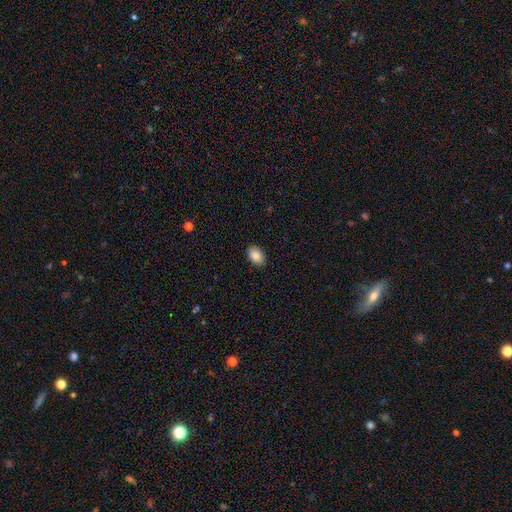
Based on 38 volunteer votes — Volunteers were most divided on "smooth or featured": smooth: 84%, featured or disk: 11%, star or artifact: 5%. More confident: how rounded — in between (100%); merging — none (92%).